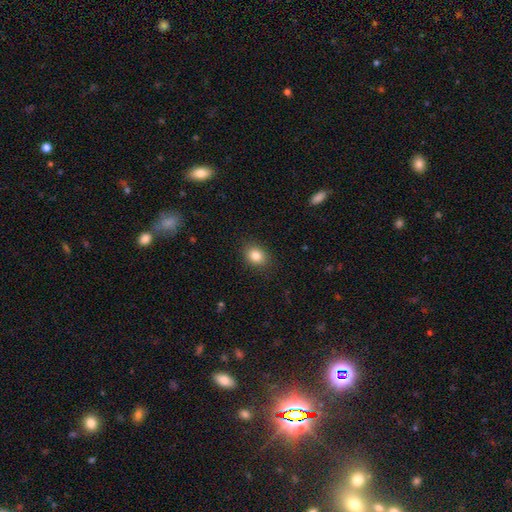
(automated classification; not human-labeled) smooth-or-featured: smooth: 84% | star or artifact: 10% | featured or disk: 6%
  how-rounded: round: 53% | in between: 46% | cigar-shaped: 1%
  merging: none: 87% | minor disturbance: 9% | major disturbance: 3% | merger: 1%